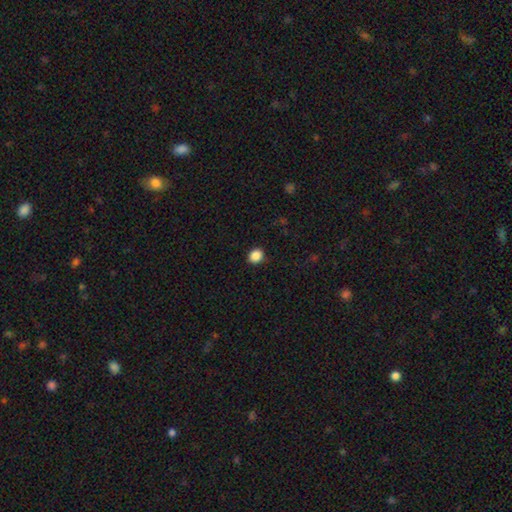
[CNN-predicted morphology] The model was most divided on "how rounded": round: 71%, in between: 28%, cigar-shaped: 1%. More confident: merging — none (90%); smooth or featured — smooth (88%).